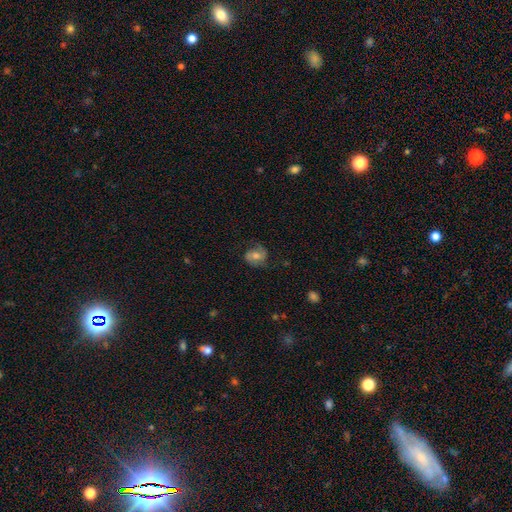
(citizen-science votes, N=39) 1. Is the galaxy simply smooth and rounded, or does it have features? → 46% featured or disk, 44% smooth, 10% star or artifact.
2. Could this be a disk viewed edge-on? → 100% no, 0% yes.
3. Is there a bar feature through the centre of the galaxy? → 78% no, 11% strong, 11% weak.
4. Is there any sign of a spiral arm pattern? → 78% yes, 22% no.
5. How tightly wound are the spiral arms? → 50% medium, 29% tight, 21% loose.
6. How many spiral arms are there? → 71% 2, 14% 1, 14% can't tell, 0% 3, 0% 4, 0% more than 4.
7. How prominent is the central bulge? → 50% moderate, 33% small, 17% large, 0% dominant, 0% none.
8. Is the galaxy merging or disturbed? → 54% none, 23% minor disturbance, 23% major disturbance, 0% merger.